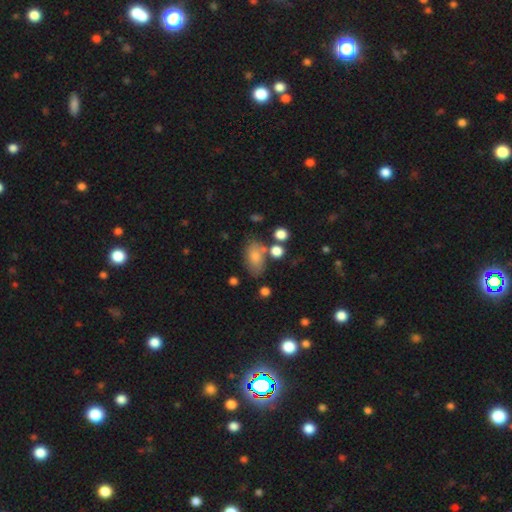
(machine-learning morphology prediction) This appears to be a smooth galaxy with no disk features (78%) that is in between round and cigar-shaped (89%). Merging: none (60%).